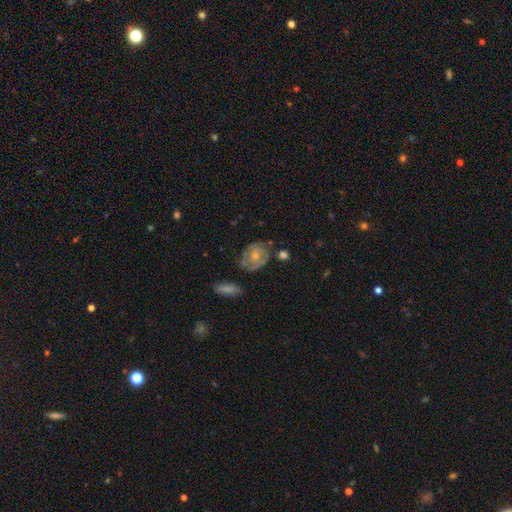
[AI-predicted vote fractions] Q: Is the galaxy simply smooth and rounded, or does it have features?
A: featured or disk — 63%.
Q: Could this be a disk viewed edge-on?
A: no — 96%.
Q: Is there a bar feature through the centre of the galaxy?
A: no — 79%.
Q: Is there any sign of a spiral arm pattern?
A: yes — 79%.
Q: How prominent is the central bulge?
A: small — 58%.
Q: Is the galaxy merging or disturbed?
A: none — 62%.